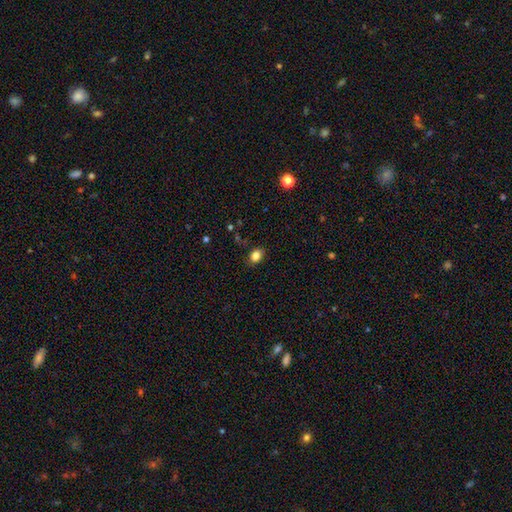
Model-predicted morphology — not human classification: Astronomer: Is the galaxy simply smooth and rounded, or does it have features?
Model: smooth — 82%.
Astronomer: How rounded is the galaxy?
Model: in between — 67%.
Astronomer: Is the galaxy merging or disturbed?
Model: none — 84%.